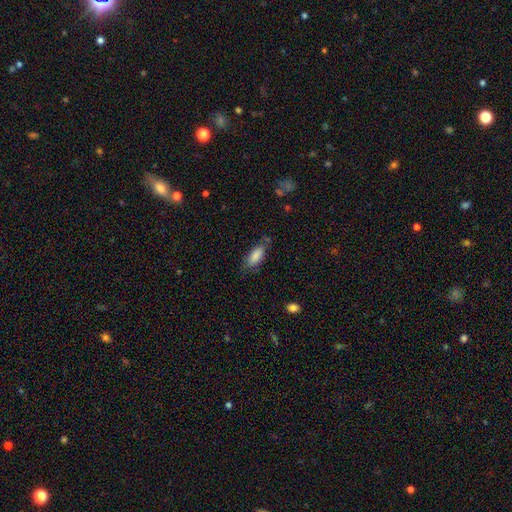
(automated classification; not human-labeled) Q: Smooth or featured?
A: smooth (85%); runner-up: featured or disk (8%)
Q: How rounded?
A: in between (77%); runner-up: cigar-shaped (21%)
Q: Merging?
A: none (69%); runner-up: minor disturbance (22%)